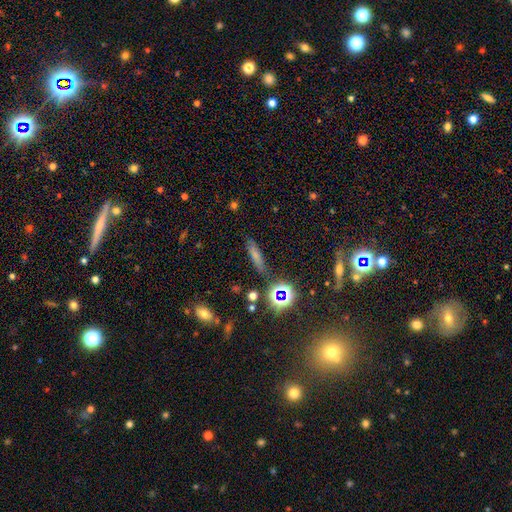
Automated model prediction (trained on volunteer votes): smooth-or-featured: smooth: 63% | star or artifact: 20% | featured or disk: 17%
  how-rounded: cigar-shaped: 70% | in between: 24% | round: 6%
  merging: none: 81% | minor disturbance: 12% | major disturbance: 4% | merger: 3%